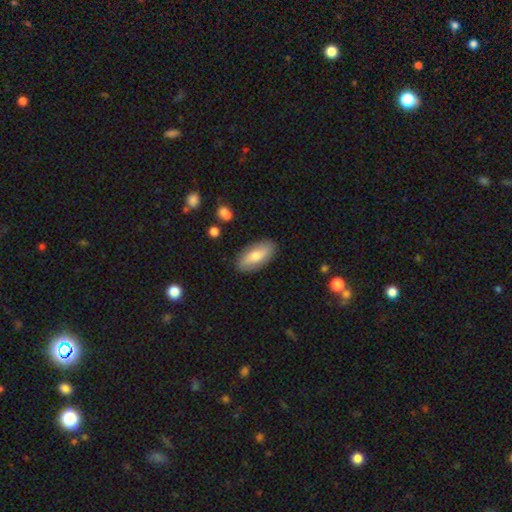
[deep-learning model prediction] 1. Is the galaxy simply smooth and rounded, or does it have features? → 69% smooth, 25% featured or disk, 6% star or artifact.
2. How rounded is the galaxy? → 87% in between, 10% cigar-shaped, 3% round.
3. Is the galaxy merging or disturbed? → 87% none, 10% minor disturbance, 2% major disturbance, 1% merger.